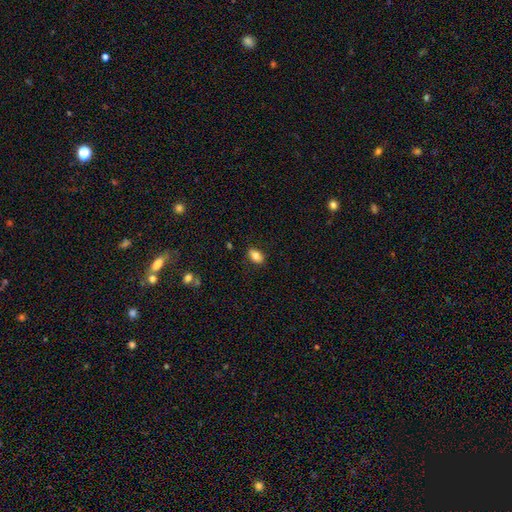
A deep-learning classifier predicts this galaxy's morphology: This appears to be a smooth galaxy with no disk features (81%) that is in between round and cigar-shaped (88%). Merging: none (84%).